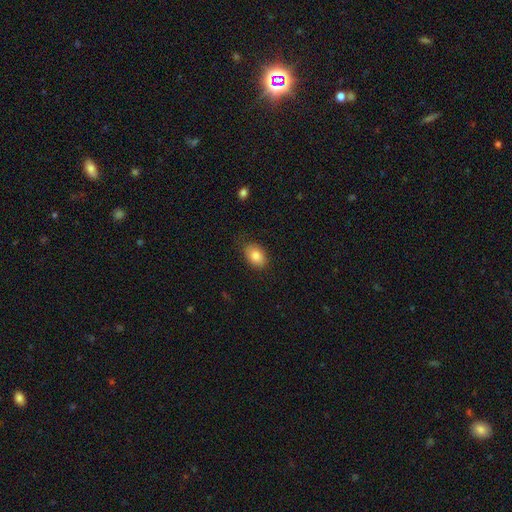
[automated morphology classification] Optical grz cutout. It shows a smooth galaxy with no disk features (84%) that is in between round and cigar-shaped (85%). Merging: none (81%).